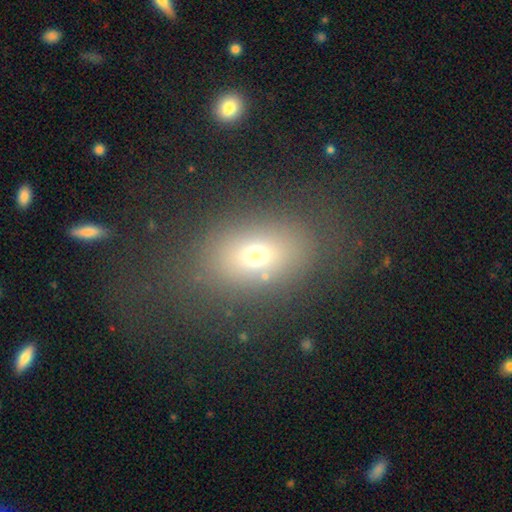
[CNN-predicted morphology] smooth_or_featured: smooth (p=0.67) [alt: featured or disk p=0.17]
how_rounded: in between (p=0.73) [alt: round p=0.26]
merging: none (p=0.70) [alt: minor disturbance p=0.13]